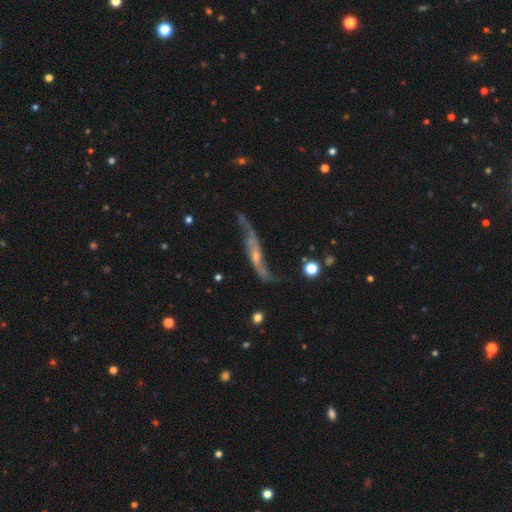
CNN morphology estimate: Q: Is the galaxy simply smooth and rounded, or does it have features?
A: featured or disk — 78%.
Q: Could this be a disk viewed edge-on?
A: no — 60%.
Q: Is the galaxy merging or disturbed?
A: none — 51%.